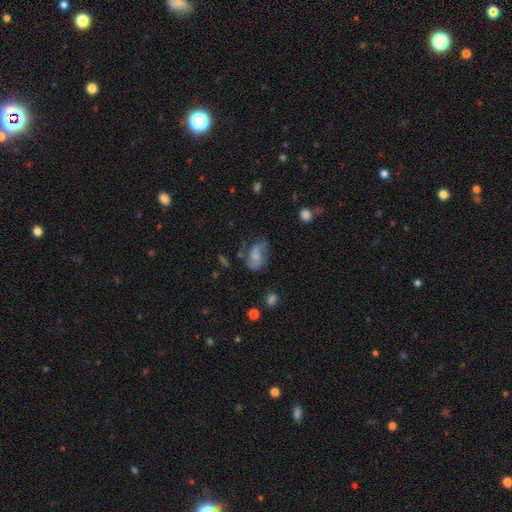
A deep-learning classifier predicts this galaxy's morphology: Smooth or featured: smooth — 47% (featured or disk — 43%)
Merging: none — 45% (minor disturbance — 29%)